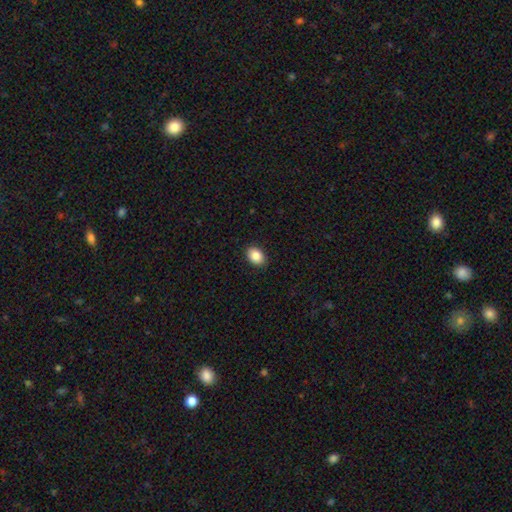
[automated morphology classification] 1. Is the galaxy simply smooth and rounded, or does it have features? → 86% smooth, 8% star or artifact, 5% featured or disk.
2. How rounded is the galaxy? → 74% in between, 25% round, 1% cigar-shaped.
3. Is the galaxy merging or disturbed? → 90% none, 7% minor disturbance, 2% major disturbance, 1% merger.